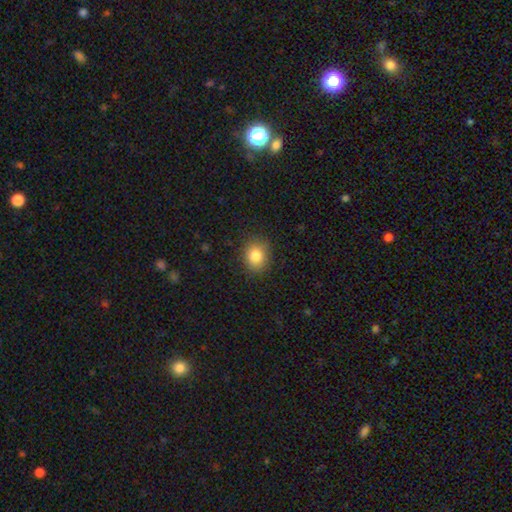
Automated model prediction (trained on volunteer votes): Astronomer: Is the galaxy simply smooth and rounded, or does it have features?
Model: smooth — 82%.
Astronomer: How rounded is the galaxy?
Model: round — 64%.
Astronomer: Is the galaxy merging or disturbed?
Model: none — 86%.